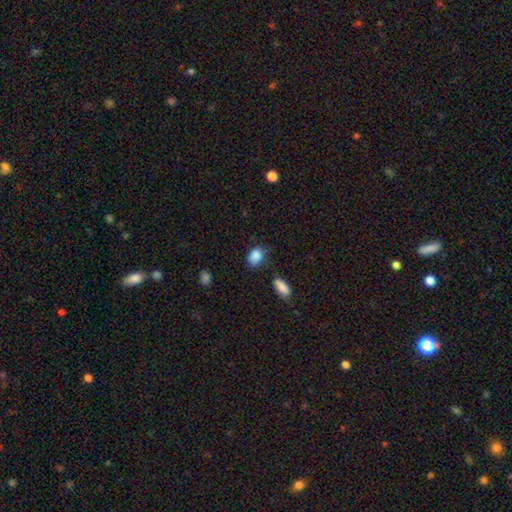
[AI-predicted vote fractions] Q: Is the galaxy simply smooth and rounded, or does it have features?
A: smooth — 87%.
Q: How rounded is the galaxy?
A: in between — 74%.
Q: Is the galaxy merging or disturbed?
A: none — 63%.